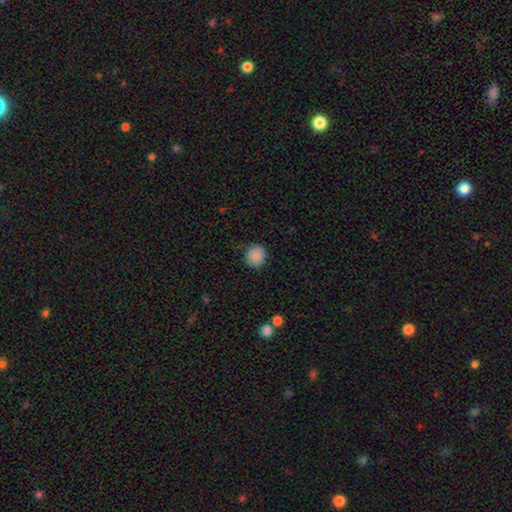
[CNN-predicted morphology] Smooth or featured? smooth (87%)
How rounded? round (85%)
Merging? none (84%)